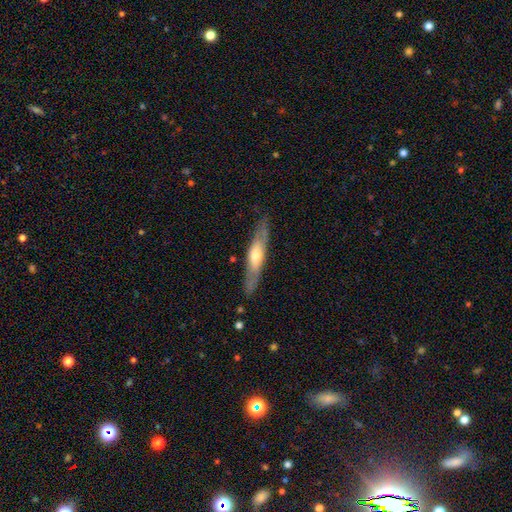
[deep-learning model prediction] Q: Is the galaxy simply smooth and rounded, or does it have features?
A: featured or disk — 54%.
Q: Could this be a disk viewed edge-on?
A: yes — 73%.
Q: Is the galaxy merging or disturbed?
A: none — 82%.